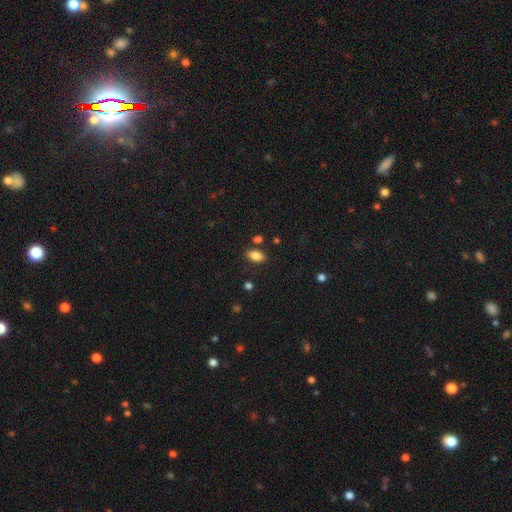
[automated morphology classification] A smooth galaxy with no disk features (85%) that is in between round and cigar-shaped (91%).

Vote fractions:
- Smooth or featured? smooth: 85% / star or artifact: 9% / featured or disk: 6%
- How rounded? in between: 91% / round: 6% / cigar-shaped: 3%
- Merging? none: 81% / minor disturbance: 11% / merger: 5% / major disturbance: 3%